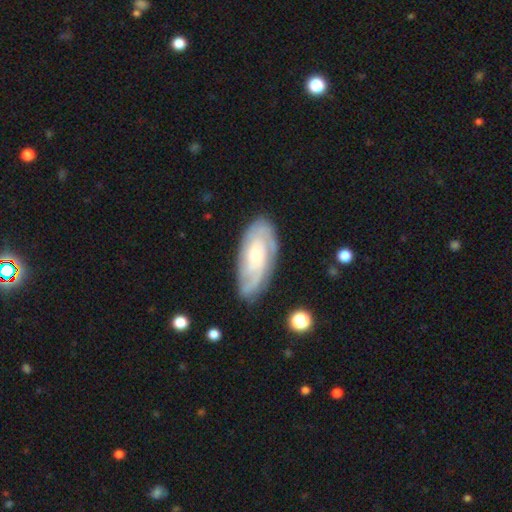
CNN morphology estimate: Smooth or featured? Predicted: featured or disk (p=0.74). Edge-on disk? Predicted: no (p=0.92). Bar? Predicted: no (p=0.67). Spiral arms? Predicted: yes (p=0.93). Spiral winding? Predicted: tight (p=0.55). Spiral arm count? Predicted: can't tell (p=0.34). Bulge size? Predicted: small (p=0.45). Merging? Predicted: none (p=0.77).